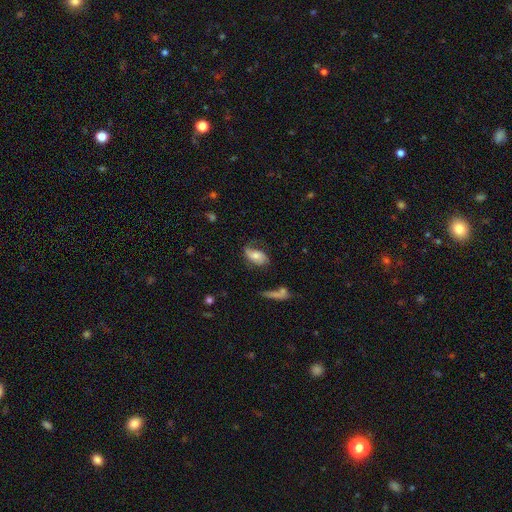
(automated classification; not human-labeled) Q: Smooth or featured?
A: featured or disk (49%); runner-up: smooth (42%)
Q: Merging?
A: none (50%); runner-up: minor disturbance (26%)